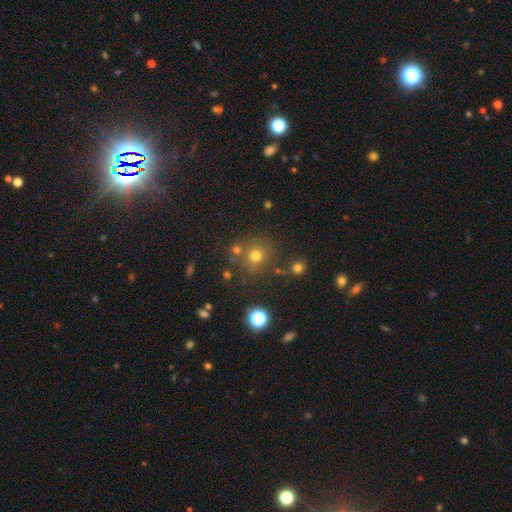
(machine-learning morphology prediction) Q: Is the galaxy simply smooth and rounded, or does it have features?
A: smooth — 70%.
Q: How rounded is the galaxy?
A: round — 90%.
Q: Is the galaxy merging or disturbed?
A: none — 76%.